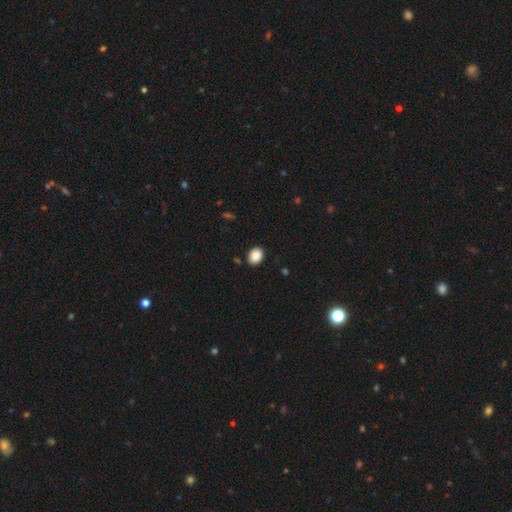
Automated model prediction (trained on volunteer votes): This is clearly a smooth galaxy (89%). How rounded: possibly in between (59%). Merging: clearly none (87%).